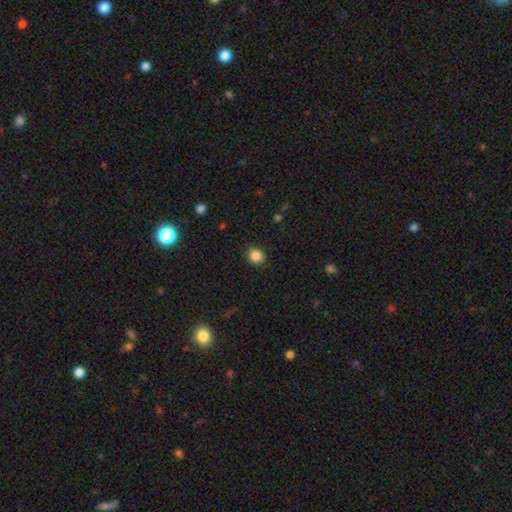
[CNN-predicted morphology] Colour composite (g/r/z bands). It shows a smooth galaxy with no disk features (86%) that is round (74%). Merging: none (89%).